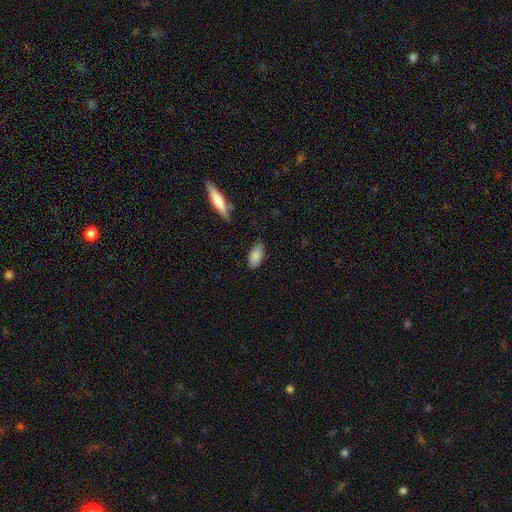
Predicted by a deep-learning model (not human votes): smooth 87%, featured or disk 7%, star or artifact 7%. Down the decision tree: how rounded — in between (92%); merging — none (79%).